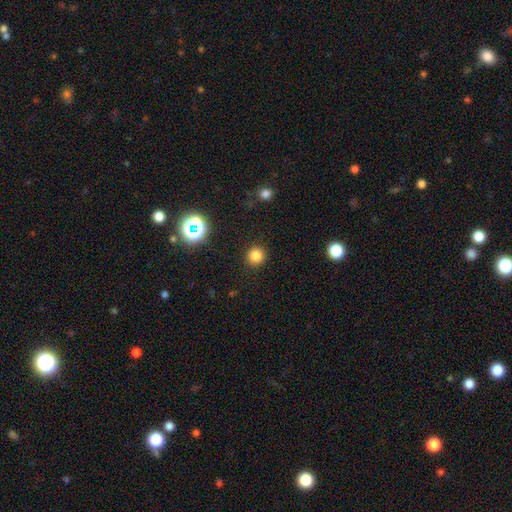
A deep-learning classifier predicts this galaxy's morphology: A smooth galaxy with no disk features (80%) that is round (93%). Merging: none (91%).